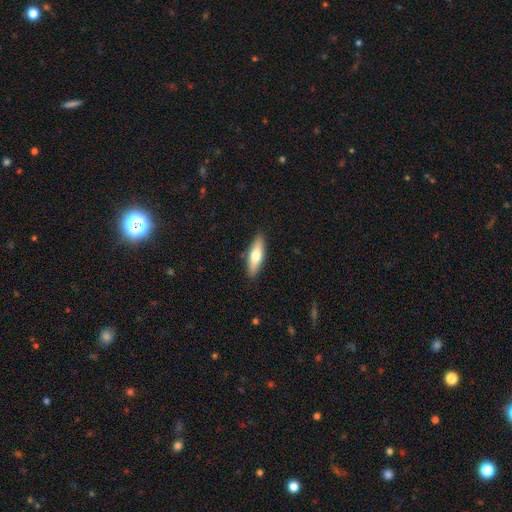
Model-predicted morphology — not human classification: This is likely a smooth galaxy (62%). How rounded: possibly cigar-shaped (53%). Merging: clearly none (88%).